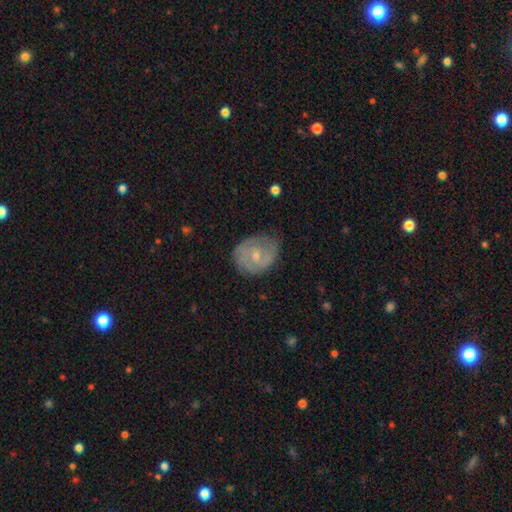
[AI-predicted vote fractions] A featured or disk galaxy (65%) with no bar (58%), 2 (47%) tight (51%) spiral arms (85%) and a small central bulge (59%).

Vote fractions:
- Smooth or featured? featured or disk: 65% / smooth: 28% / star or artifact: 7%
- Edge-on disk? no: 97% / yes: 3%
- Bar? no: 58% / weak: 37% / strong: 5%
- Spiral arms? yes: 85% / no: 15%
- Spiral winding? tight: 51% / medium: 37% / loose: 13%
- Spiral arm count? 2: 47% / can't tell: 30% / 3: 11% / 1: 5% / 4: 3% / more than 4: 3%
- Bulge size? small: 59% / moderate: 36% / none: 3% / large: 1% / dominant: 1%
- Merging? none: 69% / minor disturbance: 23% / major disturbance: 7% / merger: 1%